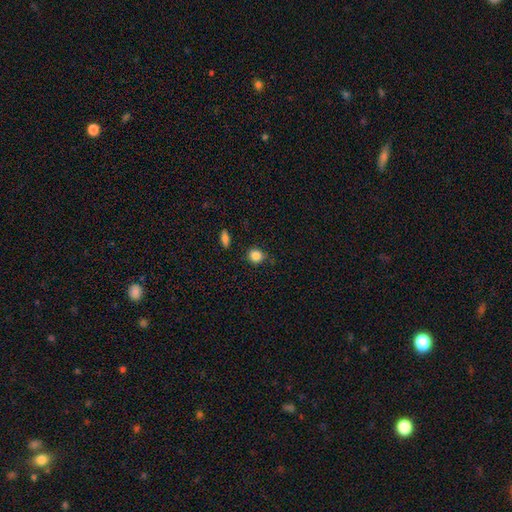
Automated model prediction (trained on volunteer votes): smooth 86%, star or artifact 10%, featured or disk 4%. Down the decision tree: how rounded — round (84%); merging — none (80%).